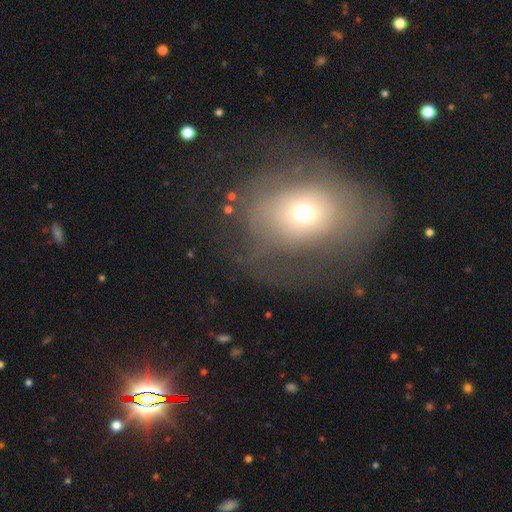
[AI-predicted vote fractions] Smooth or featured? smooth (54%)
How rounded? round (65%)
Merging? none (45%)